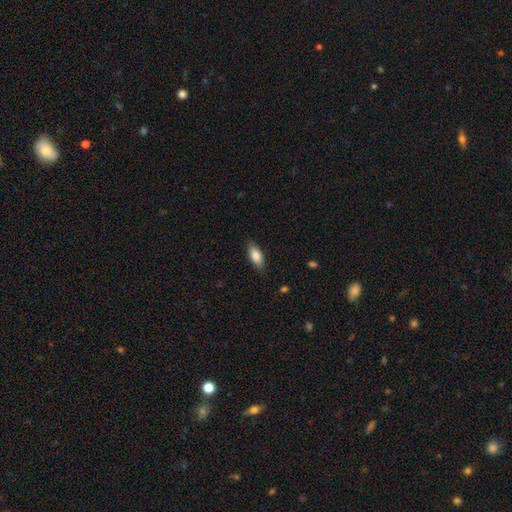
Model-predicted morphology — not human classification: smooth_or_featured: smooth (p=0.83) [alt: featured or disk p=0.11]
how_rounded: in between (p=0.78) [alt: cigar-shaped p=0.20]
merging: none (p=0.85) [alt: minor disturbance p=0.11]